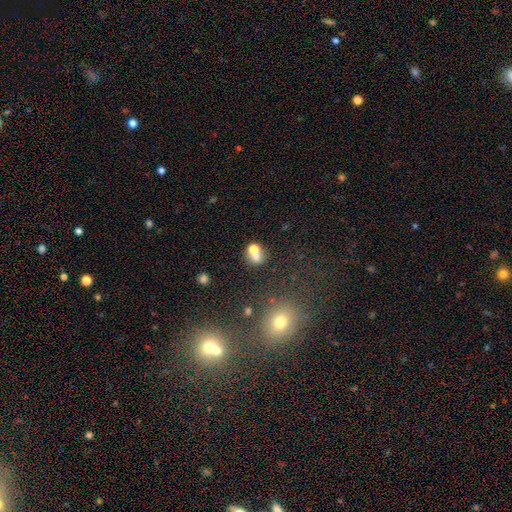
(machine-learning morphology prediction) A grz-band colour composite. It shows a smooth galaxy with no disk features (68%) that is round (64%). Merging: merger (53%).